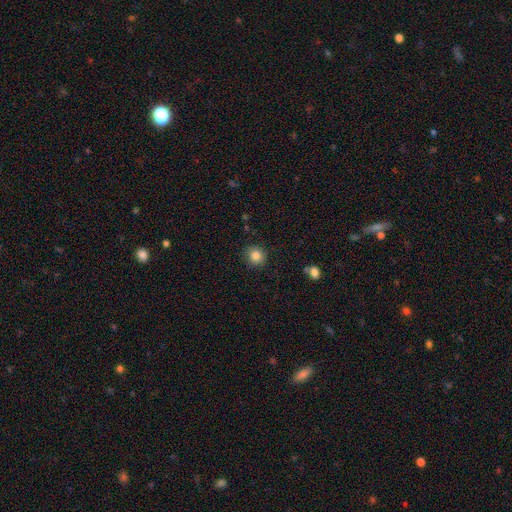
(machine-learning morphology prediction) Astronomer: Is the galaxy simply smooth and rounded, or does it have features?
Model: smooth — 85%.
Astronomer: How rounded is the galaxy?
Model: round — 89%.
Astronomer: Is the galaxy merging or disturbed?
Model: none — 87%.